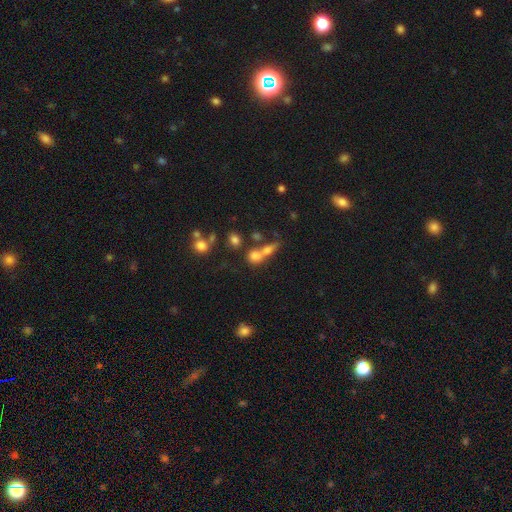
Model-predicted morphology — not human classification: Smooth or featured? smooth (69%)
How rounded? round (56%)
Merging? merger (51%)